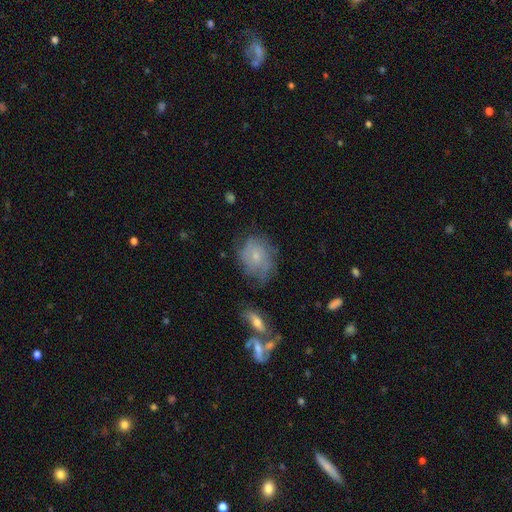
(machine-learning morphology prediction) The model was most divided on "smooth or featured": featured or disk: 56%, smooth: 35%, star or artifact: 9%. More confident: edge-on disk — no (96%); spiral arms — yes (77%); bar — no (73%); bulge size — small (64%); merging — none (60%).